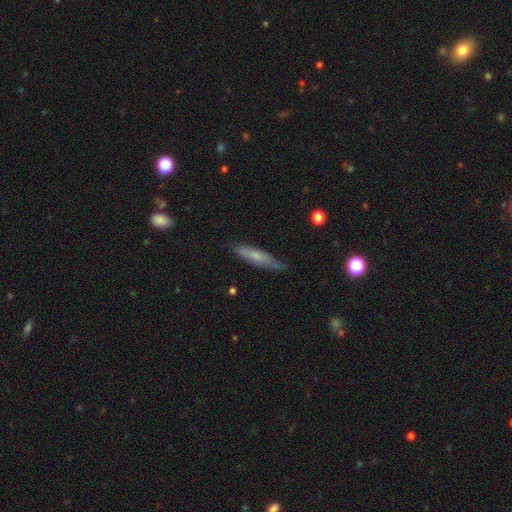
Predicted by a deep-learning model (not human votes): This is possibly a smooth galaxy (53%). How rounded: clearly cigar-shaped (86%). Merging: likely none (78%).